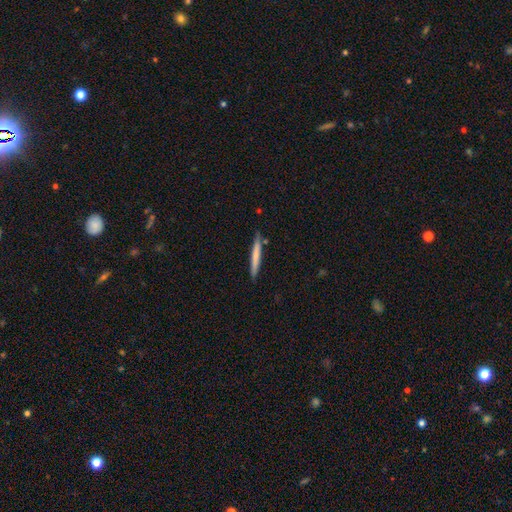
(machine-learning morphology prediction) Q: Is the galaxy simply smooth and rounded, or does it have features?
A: smooth — 67%.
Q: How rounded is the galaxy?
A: cigar-shaped — 96%.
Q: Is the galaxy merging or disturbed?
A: none — 84%.